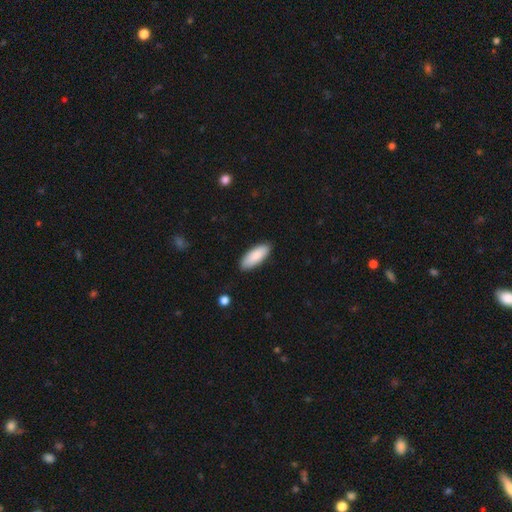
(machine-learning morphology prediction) smooth 87%, featured or disk 8%, star or artifact 5%. Down the decision tree: how rounded — in between (76%); merging — none (88%).